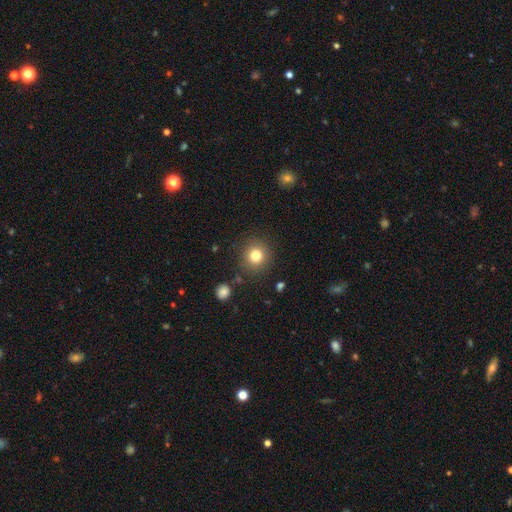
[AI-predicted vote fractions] Smooth or featured? Predicted: smooth (p=0.79). How rounded? Predicted: round (p=0.90). Merging? Predicted: none (p=0.86).